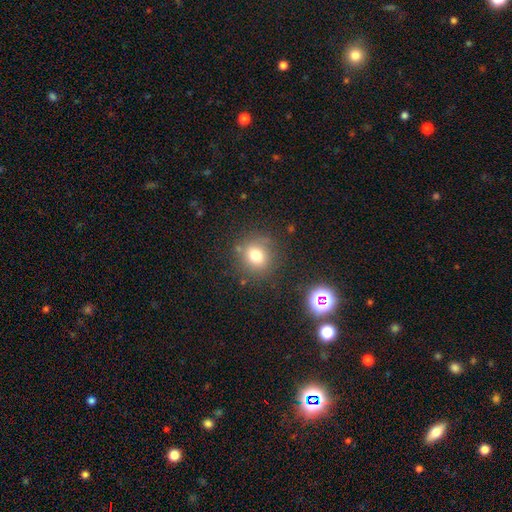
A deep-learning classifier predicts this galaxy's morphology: Smooth or featured? Predicted: smooth (p=0.75). How rounded? Predicted: round (p=0.83). Merging? Predicted: none (p=0.80).